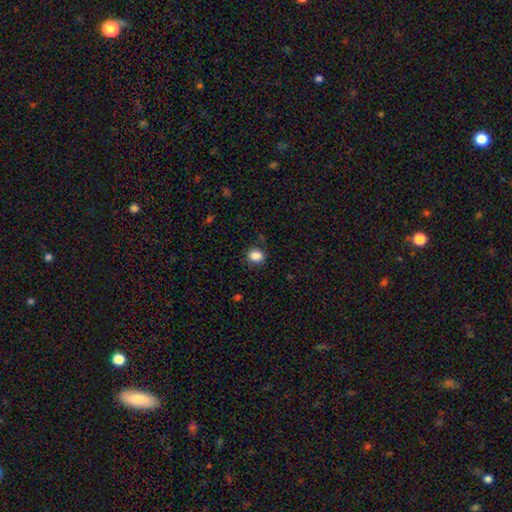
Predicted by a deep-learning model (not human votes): Smooth or featured? Predicted: smooth (p=0.87). How rounded? Predicted: round (p=0.52). Merging? Predicted: none (p=0.85).